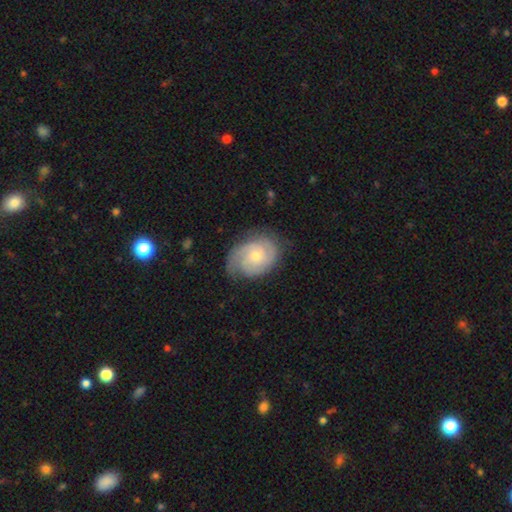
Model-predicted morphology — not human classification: Q: Smooth or featured?
A: featured or disk (79%); runner-up: smooth (16%)
Q: Edge-on disk?
A: no (97%); runner-up: yes (3%)
Q: Bar?
A: no (76%); runner-up: weak (21%)
Q: Spiral arms?
A: yes (95%); runner-up: no (5%)
Q: Spiral winding?
A: tight (63%); runner-up: medium (30%)
Q: Spiral arm count?
A: 2 (43%); runner-up: 3 (22%)
Q: Bulge size?
A: small (60%); runner-up: moderate (37%)
Q: Merging?
A: none (73%); runner-up: minor disturbance (20%)